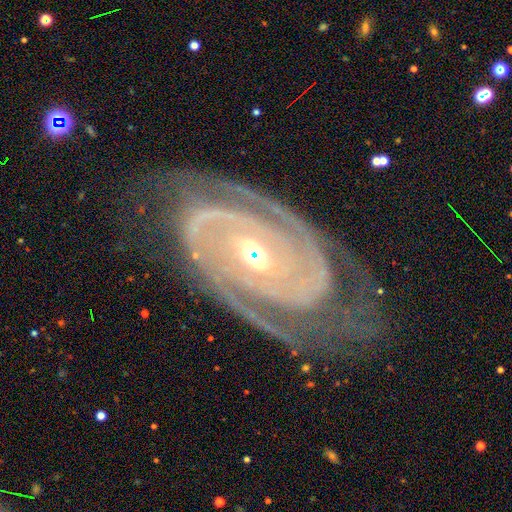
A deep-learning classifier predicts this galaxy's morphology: Smooth or featured: featured or disk — 92% (star or artifact — 5%)
Edge-on disk: no — 96% (yes — 4%)
Bar: no — 46% (weak — 30%)
Spiral arms: yes — 99% (no — 1%)
Spiral winding: tight — 78% (medium — 20%)
Spiral arm count: 2 — 74% (3 — 11%)
Bulge size: moderate — 62% (small — 32%)
Merging: none — 78% (minor disturbance — 15%)